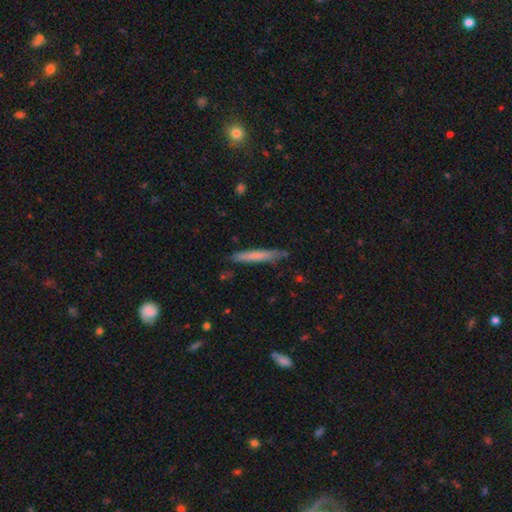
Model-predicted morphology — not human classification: smooth_or_featured: smooth (p=0.66) [alt: featured or disk p=0.28]
how_rounded: cigar-shaped (p=0.95) [alt: in between p=0.04]
merging: none (p=0.83) [alt: minor disturbance p=0.13]